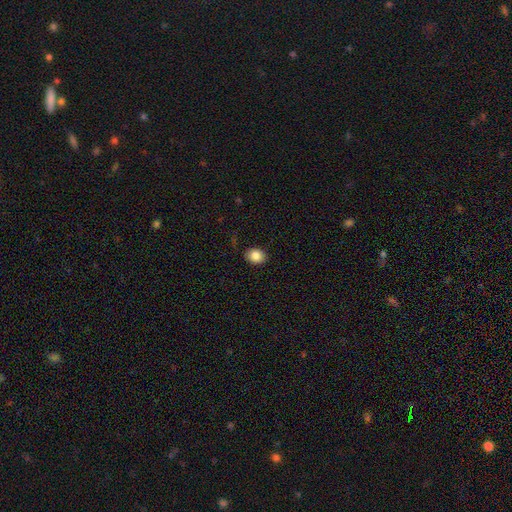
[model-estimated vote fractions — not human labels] A smooth galaxy with no disk features (85%) that is in between round and cigar-shaped (52%).

Vote fractions:
- Smooth or featured? smooth: 85% / star or artifact: 9% / featured or disk: 6%
- How rounded? in between: 52% / round: 47% / cigar-shaped: 1%
- Merging? none: 86% / minor disturbance: 11% / major disturbance: 2% / merger: 1%